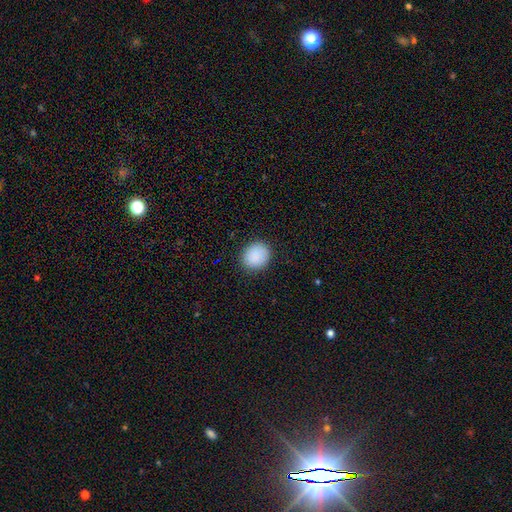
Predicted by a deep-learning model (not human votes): Overall: smooth (89%). How rounded: round (76%). Merging: none (89%).